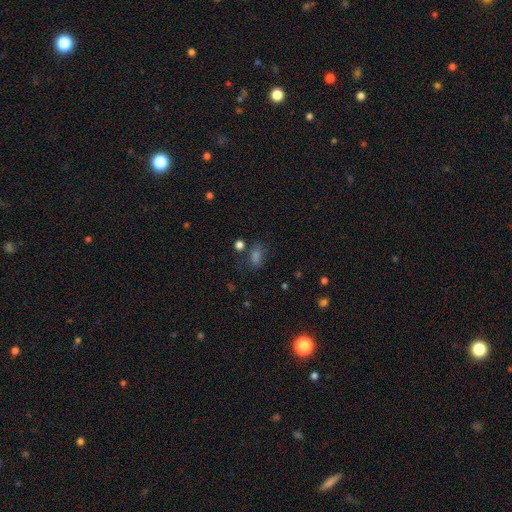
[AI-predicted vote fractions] This appears to be a smooth galaxy with no disk features (62%) that is in between round and cigar-shaped (75%). Merging: none (68%).